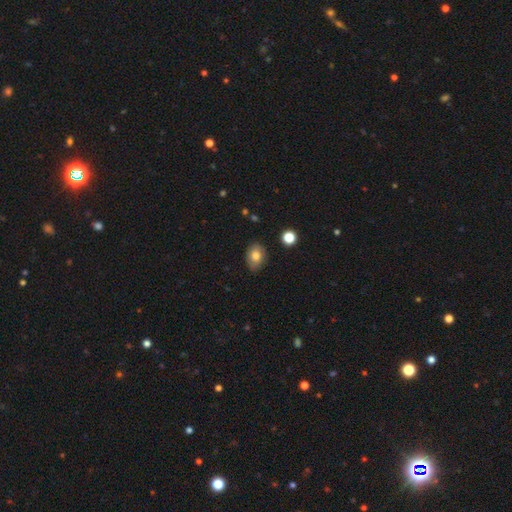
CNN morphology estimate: Smooth or featured?
  - smooth: 79% *
  - featured or disk: 12%
  - star or artifact: 9%
How rounded?
  - in between: 76% *
  - round: 23%
  - cigar-shaped: 1%
Merging?
  - none: 82% *
  - minor disturbance: 14%
  - major disturbance: 2%
  - merger: 1%